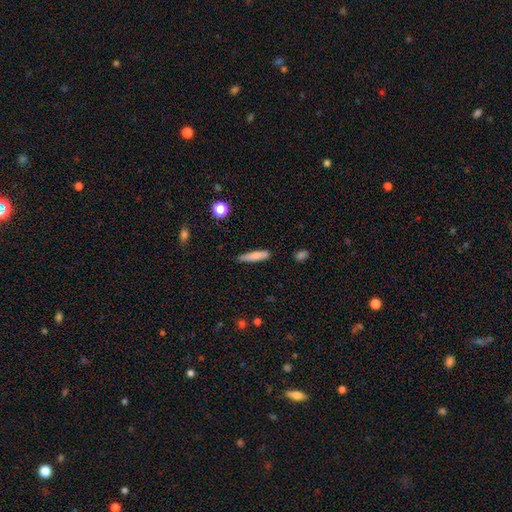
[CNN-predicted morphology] A smooth galaxy with no disk features (79%) that is cigar-shaped (81%). Merging: none (76%).